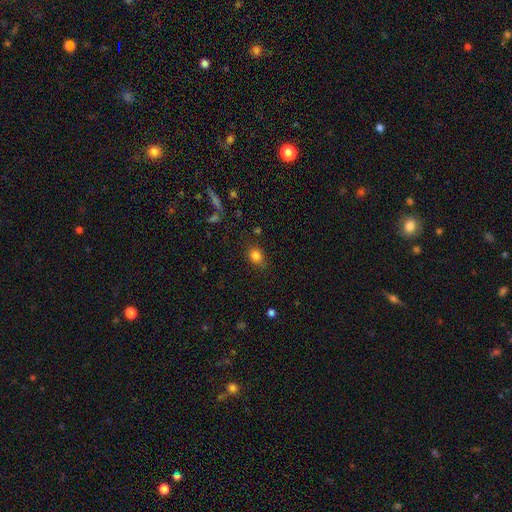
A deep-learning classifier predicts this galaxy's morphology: A smooth galaxy with no disk features (81%) that is round (54%).

Vote fractions:
- Smooth or featured? smooth: 81% / star or artifact: 12% / featured or disk: 7%
- How rounded? round: 54% / in between: 44% / cigar-shaped: 2%
- Merging? none: 76% / minor disturbance: 18% / major disturbance: 4% / merger: 2%